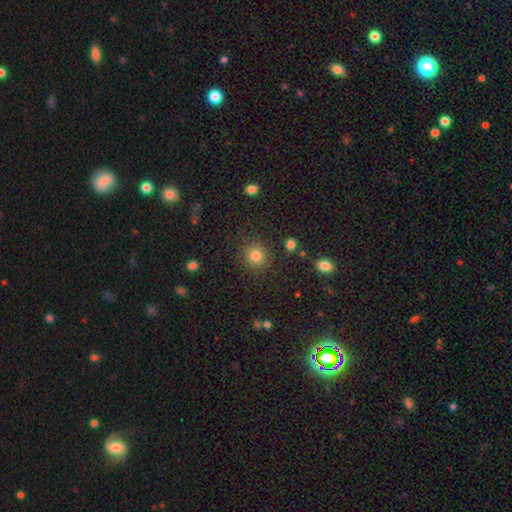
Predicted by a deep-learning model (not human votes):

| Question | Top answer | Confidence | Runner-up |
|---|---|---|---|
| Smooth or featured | smooth | 81% | star or artifact (14%) |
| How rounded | round | 89% | in between (10%) |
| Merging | none | 88% | minor disturbance (7%) |